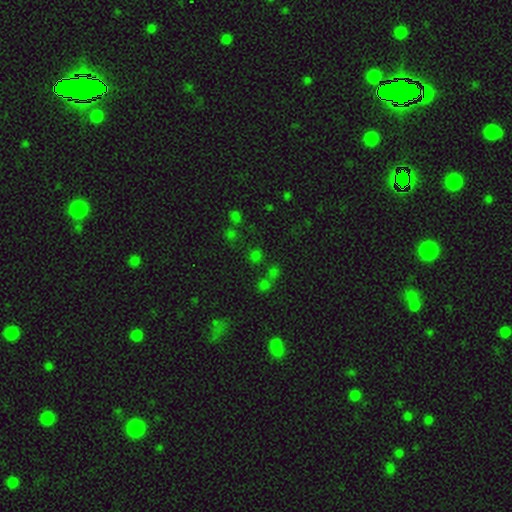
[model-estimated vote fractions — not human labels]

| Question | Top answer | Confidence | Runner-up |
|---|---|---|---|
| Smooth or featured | smooth | 57% | star or artifact (36%) |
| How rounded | round | 84% | in between (14%) |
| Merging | none | 64% | merger (21%) |